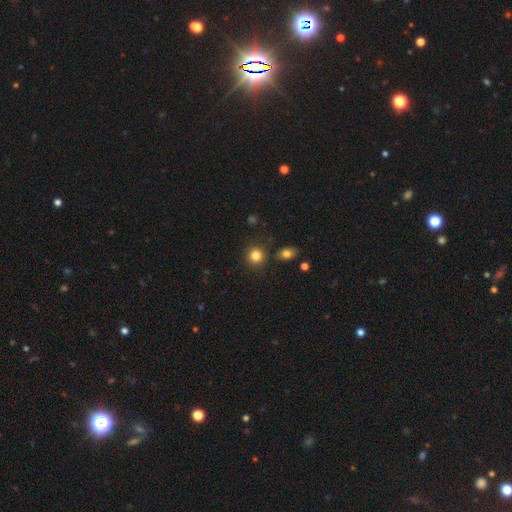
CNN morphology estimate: Q: Smooth or featured?
A: smooth (83%); runner-up: star or artifact (12%)
Q: How rounded?
A: round (88%); runner-up: in between (11%)
Q: Merging?
A: none (84%); runner-up: minor disturbance (8%)